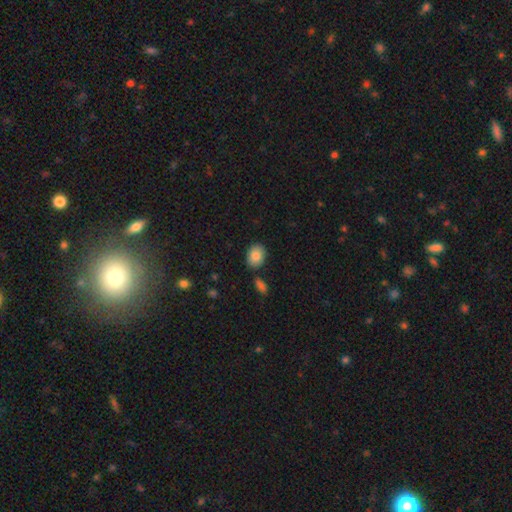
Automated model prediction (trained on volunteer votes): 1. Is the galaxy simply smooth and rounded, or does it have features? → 86% smooth, 7% star or artifact, 6% featured or disk.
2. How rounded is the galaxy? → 70% in between, 29% round, 1% cigar-shaped.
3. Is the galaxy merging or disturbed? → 80% none, 11% minor disturbance, 6% merger, 3% major disturbance.